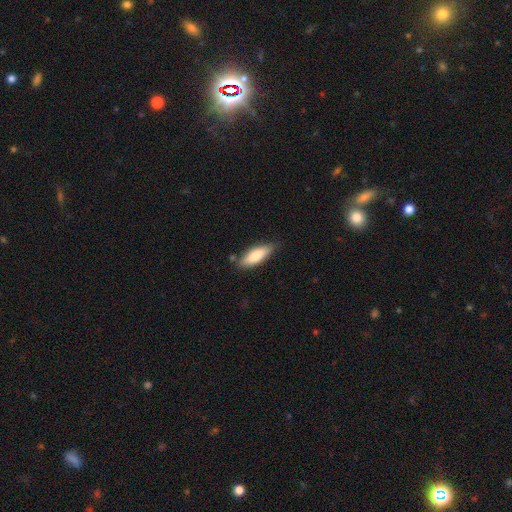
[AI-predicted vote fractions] A smooth galaxy with no disk features (81%) that is in between round and cigar-shaped (60%).

Vote fractions:
- Smooth or featured? smooth: 81% / featured or disk: 14% / star or artifact: 6%
- How rounded? in between: 60% / cigar-shaped: 39% / round: 2%
- Merging? none: 77% / minor disturbance: 17% / merger: 3% / major disturbance: 3%